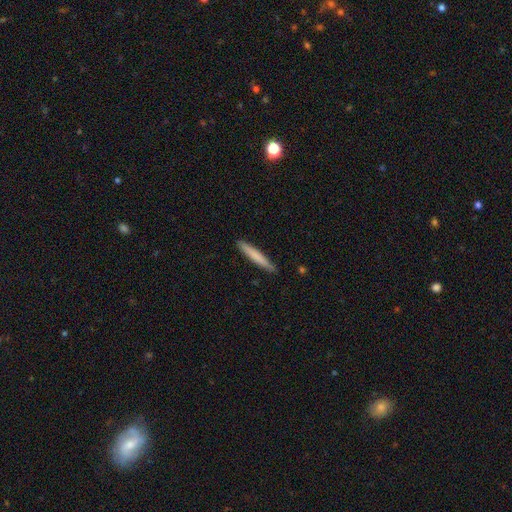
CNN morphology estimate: This is likely a smooth galaxy (74%). How rounded: clearly cigar-shaped (96%). Merging: clearly none (90%).